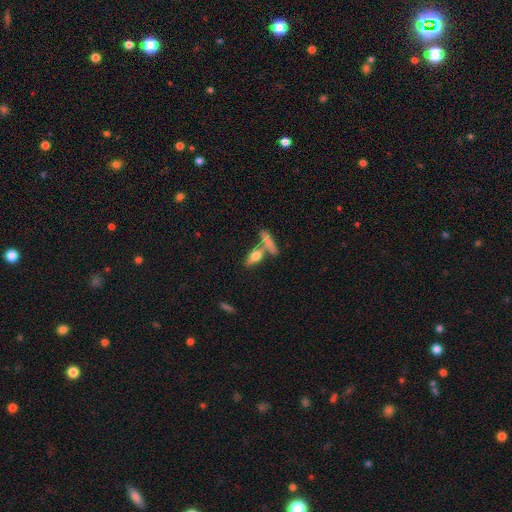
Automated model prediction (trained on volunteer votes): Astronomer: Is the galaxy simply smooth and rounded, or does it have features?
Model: smooth — 58%.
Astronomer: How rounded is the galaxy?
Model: in between — 49% (runner-up: cigar-shaped, 45%).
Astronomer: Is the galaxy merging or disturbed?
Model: none — 55%.